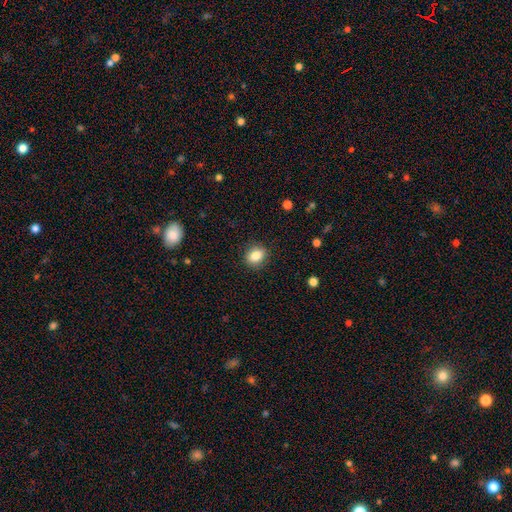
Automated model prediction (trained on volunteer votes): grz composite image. It shows a smooth galaxy with no disk features (83%) that is round (50%). Merging: none (88%).